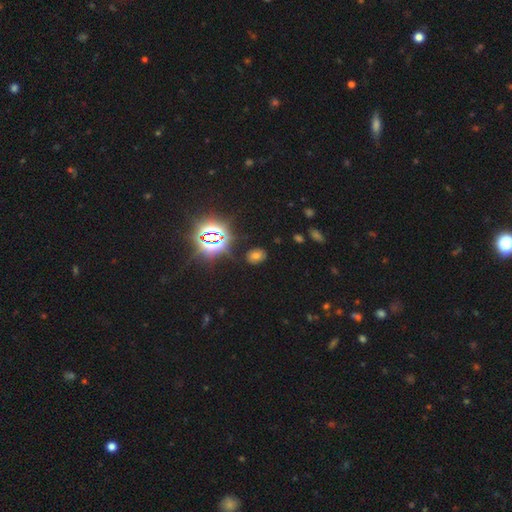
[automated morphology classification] smooth-or-featured: smooth: 52% | star or artifact: 37% | featured or disk: 11%
  how-rounded: in between: 67% | round: 32% | cigar-shaped: 1%
  merging: none: 83% | minor disturbance: 11% | major disturbance: 4% | merger: 2%